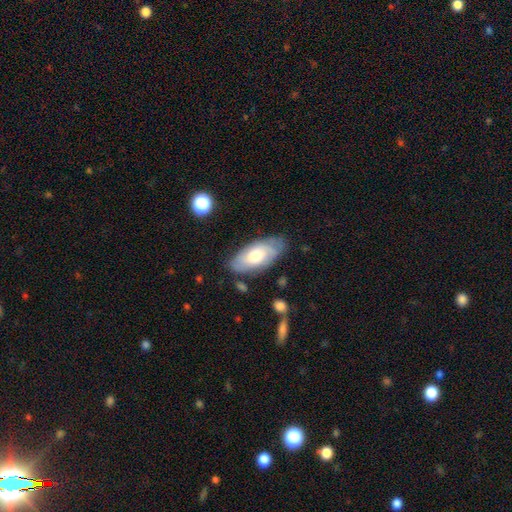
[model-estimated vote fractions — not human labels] Smooth or featured: smooth — 62% (featured or disk — 32%)
How rounded: in between — 90% (cigar-shaped — 8%)
Merging: none — 74% (minor disturbance — 19%)